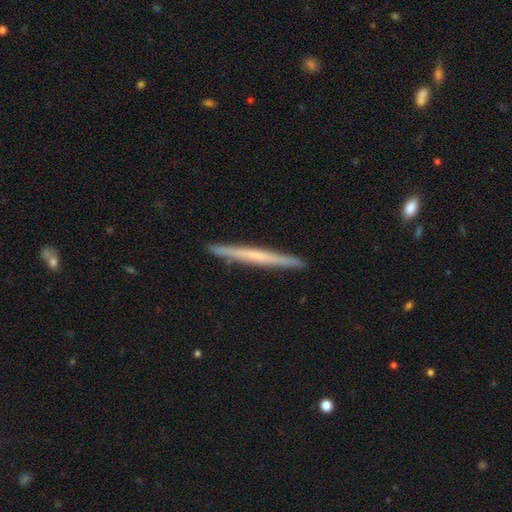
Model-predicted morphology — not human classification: Smooth or featured: featured or disk — 53% (smooth — 42%)
Edge-on disk: yes — 97% (no — 3%)
Edge-on bulge: none — 74% (rounded — 20%)
Merging: none — 92% (minor disturbance — 6%)